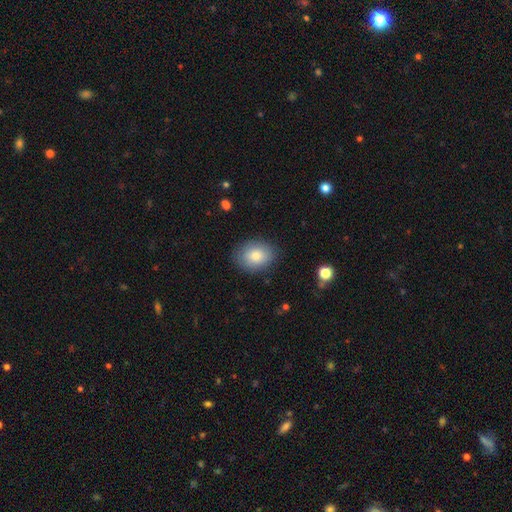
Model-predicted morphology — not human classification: The model was most divided on "how rounded": in between: 57%, round: 42%, cigar-shaped: 1%. More confident: merging — none (84%); smooth or featured — smooth (82%).